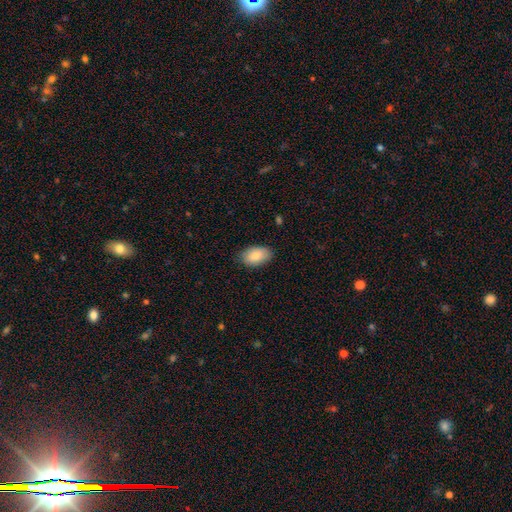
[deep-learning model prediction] Q: Smooth or featured?
A: smooth (86%); runner-up: featured or disk (8%)
Q: How rounded?
A: in between (93%); runner-up: round (5%)
Q: Merging?
A: none (84%); runner-up: minor disturbance (12%)